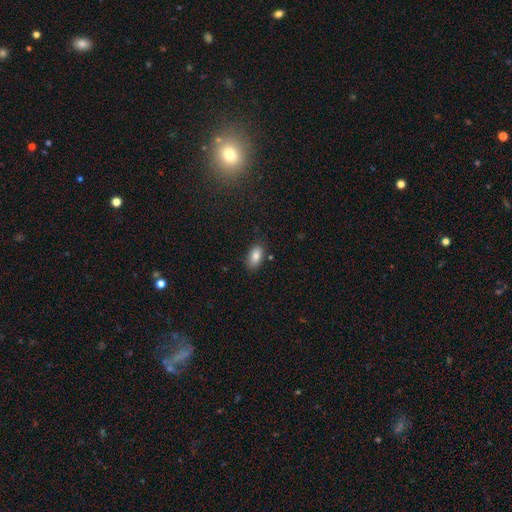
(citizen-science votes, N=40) Smooth or featured? 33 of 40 (82%) said smooth. How rounded? 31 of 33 (94%) said in between. Merging? 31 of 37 (84%) said none.